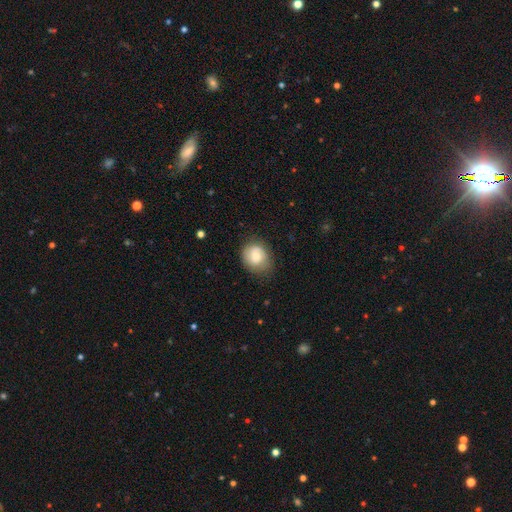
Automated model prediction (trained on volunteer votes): Smooth or featured?
  - smooth: 70% *
  - featured or disk: 22%
  - star or artifact: 8%
How rounded?
  - round: 69% *
  - in between: 30%
  - cigar-shaped: 1%
Merging?
  - none: 70% *
  - minor disturbance: 22%
  - major disturbance: 7%
  - merger: 2%